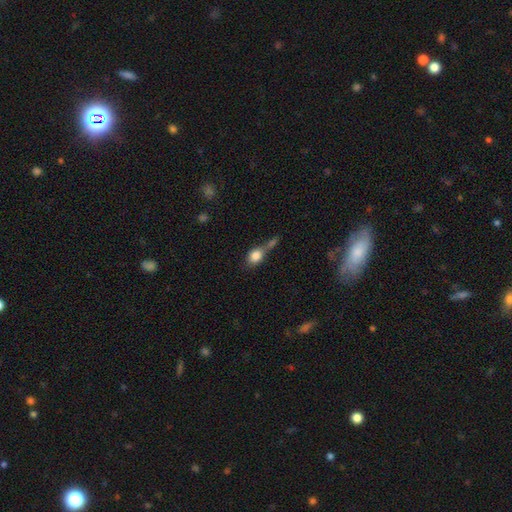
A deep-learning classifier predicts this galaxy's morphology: Smooth or featured: smooth — 80% (featured or disk — 11%)
How rounded: in between — 59% (round — 36%)
Merging: merger — 48% (none — 27%)